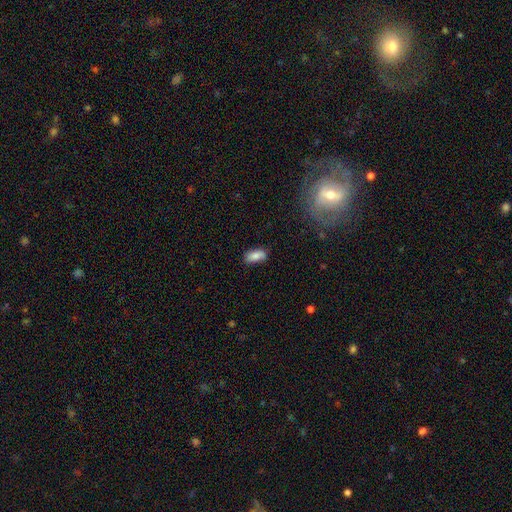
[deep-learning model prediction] Smooth or featured: smooth — 82% (featured or disk — 11%)
How rounded: in between — 88% (cigar-shaped — 9%)
Merging: none — 76% (minor disturbance — 19%)